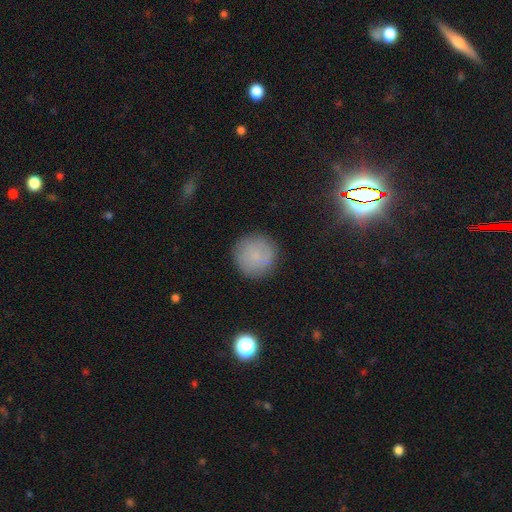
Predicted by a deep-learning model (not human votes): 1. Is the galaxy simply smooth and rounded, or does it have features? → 71% smooth, 17% featured or disk, 12% star or artifact.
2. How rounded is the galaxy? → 95% round, 4% in between, 1% cigar-shaped.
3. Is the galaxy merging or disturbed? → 87% none, 9% minor disturbance, 3% major disturbance, 1% merger.